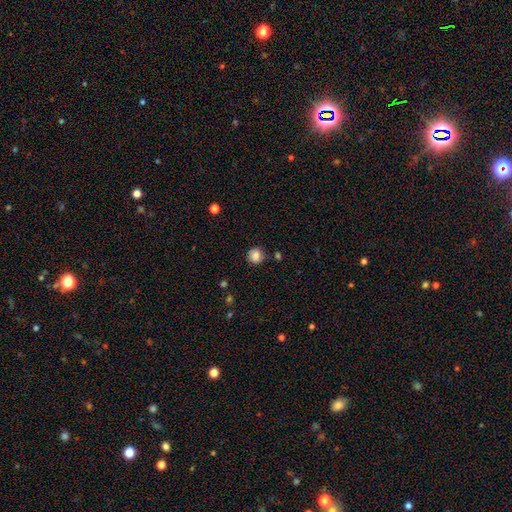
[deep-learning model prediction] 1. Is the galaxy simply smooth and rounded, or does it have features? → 76% smooth, 14% featured or disk, 10% star or artifact.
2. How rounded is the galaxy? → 85% round, 14% in between, 1% cigar-shaped.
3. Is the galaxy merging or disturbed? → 79% none, 14% minor disturbance, 4% major disturbance, 3% merger.